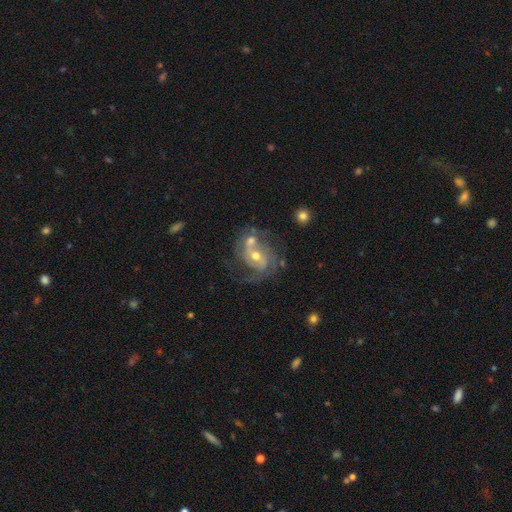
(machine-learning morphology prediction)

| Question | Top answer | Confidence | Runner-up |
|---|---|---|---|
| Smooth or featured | featured or disk | 81% | smooth (11%) |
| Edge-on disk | no | 97% | yes (3%) |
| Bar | no | 50% | weak (37%) |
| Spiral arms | yes | 90% | no (10%) |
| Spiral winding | medium | 47% | tight (31%) |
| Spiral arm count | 2 | 61% | can't tell (17%) |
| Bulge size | moderate | 64% | small (30%) |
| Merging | none | 36% | merger (34%) |